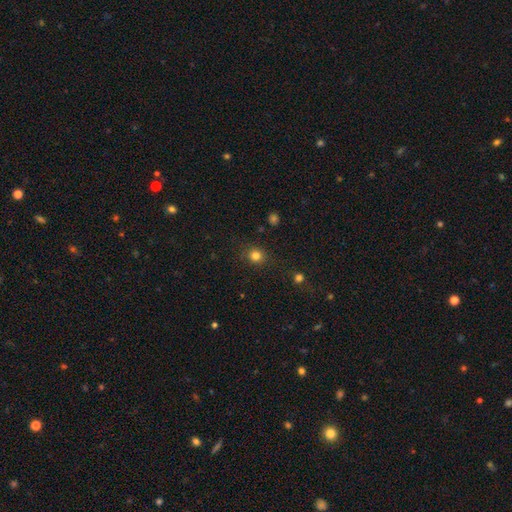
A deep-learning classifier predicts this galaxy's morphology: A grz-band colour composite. It shows a smooth galaxy with no disk features (81%) that is round (85%). Merging: none (85%).